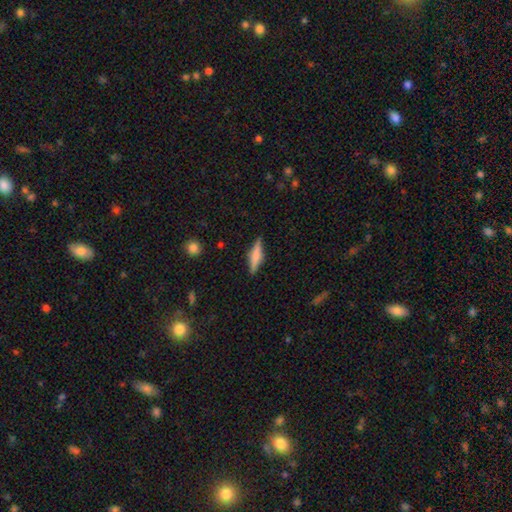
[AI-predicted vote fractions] Overall: smooth (47%; featured or disk 46%). Merging: none (87%).